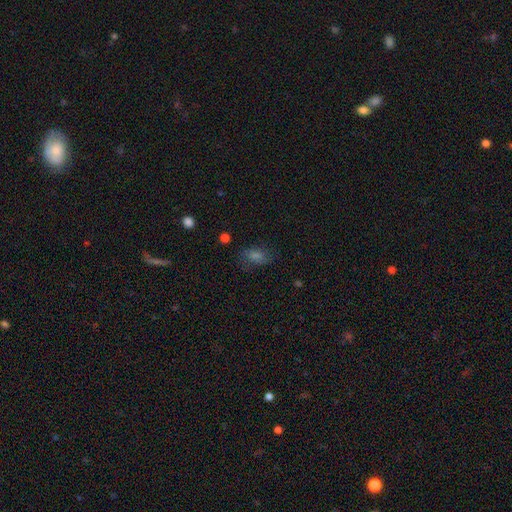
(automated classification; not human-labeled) The model was most divided on "smooth or featured": smooth: 51%, star or artifact: 27%, featured or disk: 22%. More confident: how rounded — in between (75%); merging — none (70%).